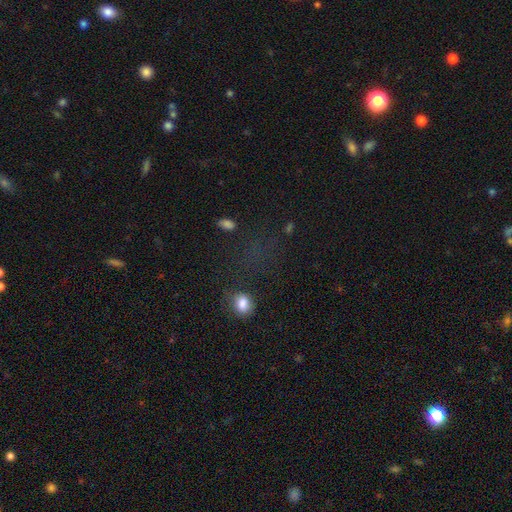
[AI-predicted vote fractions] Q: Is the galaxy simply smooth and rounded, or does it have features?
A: star or artifact — 54%.